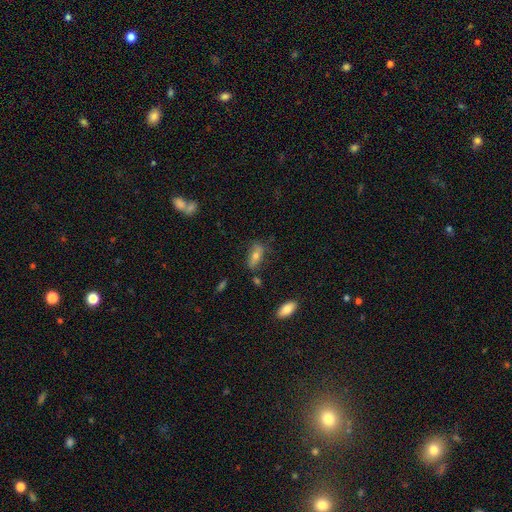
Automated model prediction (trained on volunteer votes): smooth 58%, featured or disk 29%, star or artifact 13%. Down the decision tree: how rounded — in between (72%); merging — none (68%).